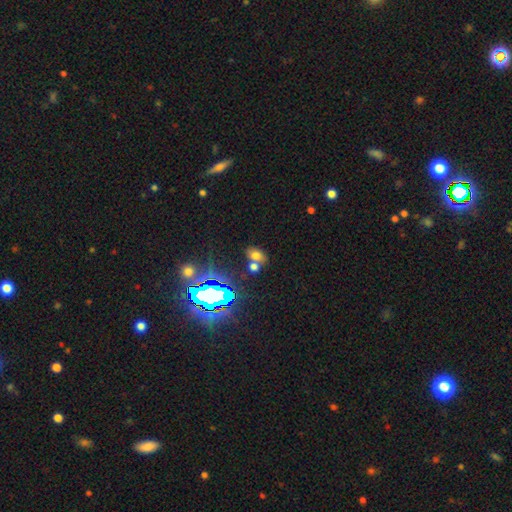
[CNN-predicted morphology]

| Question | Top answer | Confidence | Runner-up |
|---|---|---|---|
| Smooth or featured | smooth | 58% | star or artifact (29%) |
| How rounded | in between | 69% | round (30%) |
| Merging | none | 52% | merger (32%) |